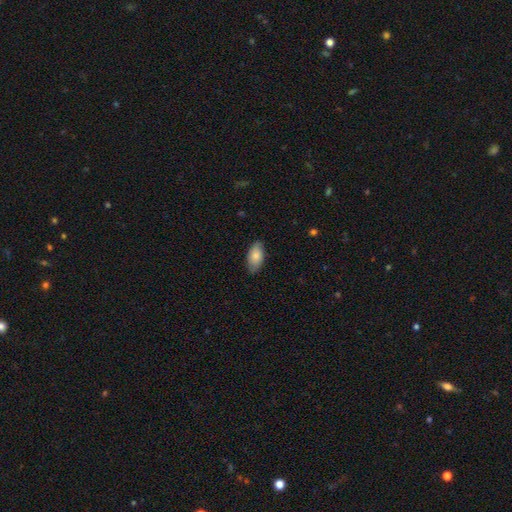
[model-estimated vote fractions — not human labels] Q: Smooth or featured?
A: smooth (78%); runner-up: featured or disk (16%)
Q: How rounded?
A: in between (93%); runner-up: round (3%)
Q: Merging?
A: none (81%); runner-up: minor disturbance (15%)